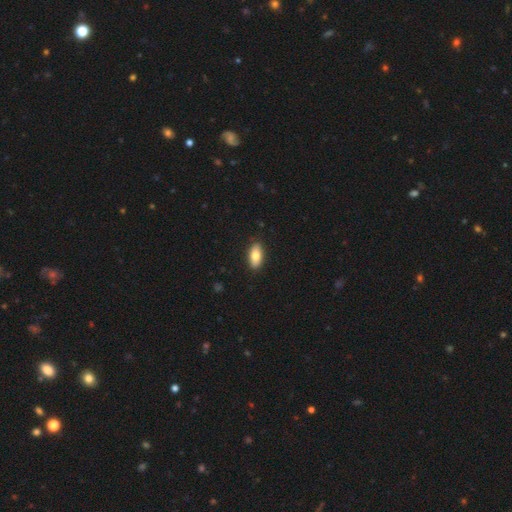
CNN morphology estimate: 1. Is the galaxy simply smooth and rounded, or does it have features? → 81% smooth, 12% featured or disk, 6% star or artifact.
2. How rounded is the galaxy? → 89% in between, 8% cigar-shaped, 3% round.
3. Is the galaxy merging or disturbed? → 89% none, 8% minor disturbance, 2% major disturbance, 1% merger.